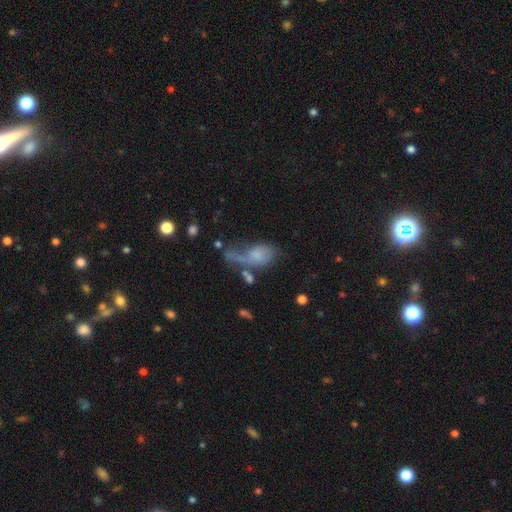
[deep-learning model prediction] Smooth or featured: smooth — 51% (featured or disk — 35%)
How rounded: in between — 80% (round — 14%)
Merging: major disturbance — 41% (none — 21%)